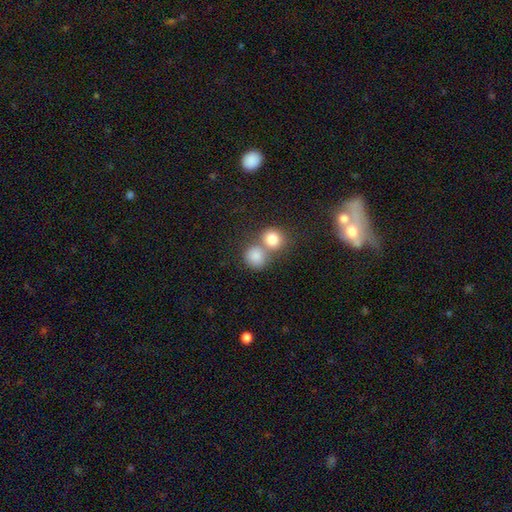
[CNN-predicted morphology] type=smooth (82%); roundness=round (82%); merging=merger (46%).